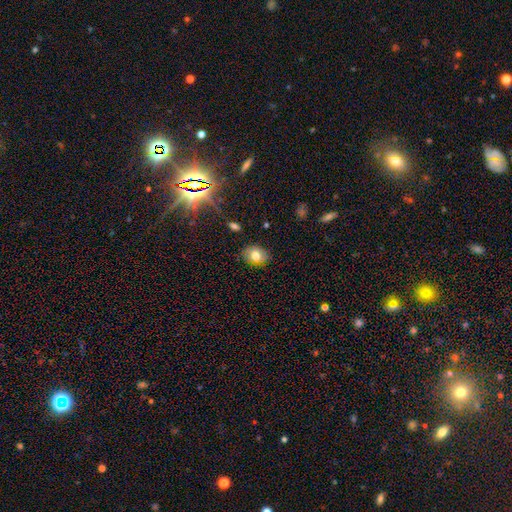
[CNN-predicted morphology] Smooth or featured? Predicted: smooth (p=0.72). How rounded? Predicted: in between (p=0.69). Merging? Predicted: none (p=0.83).